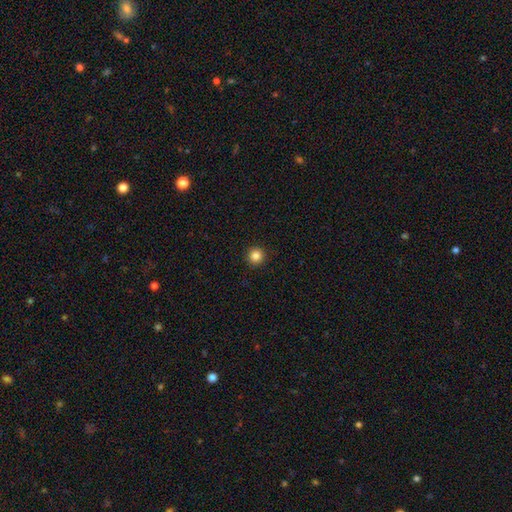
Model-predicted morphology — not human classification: The model was most divided on "smooth or featured": smooth: 85%, star or artifact: 11%, featured or disk: 4%. More confident: how rounded — round (96%); merging — none (93%).